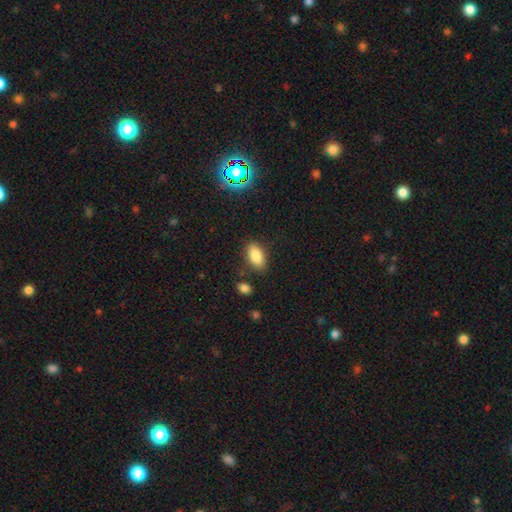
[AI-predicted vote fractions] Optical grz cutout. It shows a smooth galaxy with no disk features (84%) that is in between round and cigar-shaped (90%). Merging: none (81%).